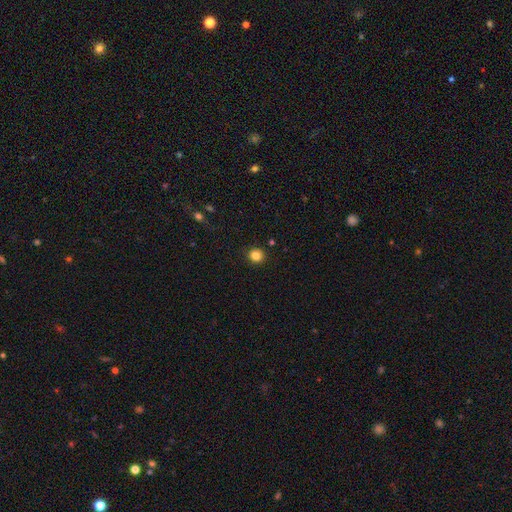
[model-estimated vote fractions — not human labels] This appears to be a smooth galaxy with no disk features (83%) that is round (90%). Merging: none (90%).